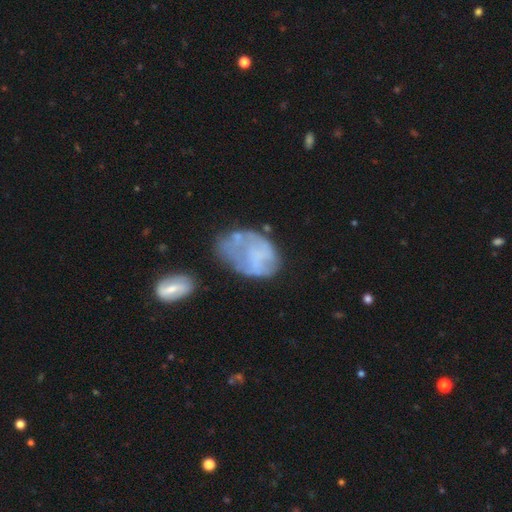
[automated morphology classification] The model was most divided on "merging": none: 34%, minor disturbance: 28%, major disturbance: 26%, merger: 12%. Remaining: smooth or featured — featured or disk (49%).